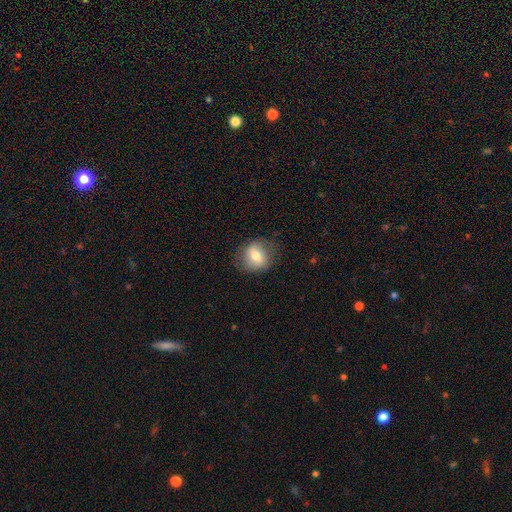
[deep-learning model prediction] Smooth or featured? smooth (67%)
How rounded? round (65%)
Merging? none (74%)